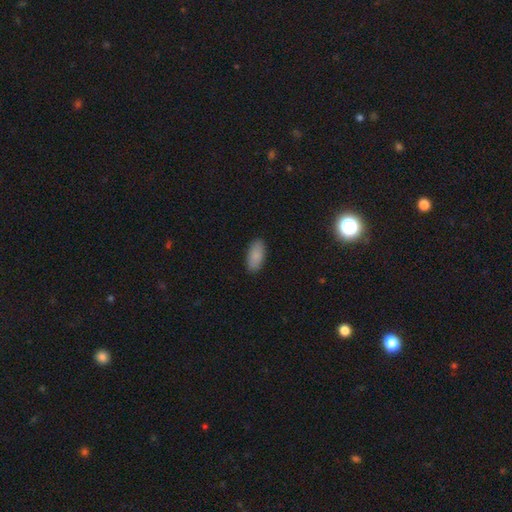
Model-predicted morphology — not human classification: Q: Smooth or featured?
A: smooth (88%); runner-up: star or artifact (6%)
Q: How rounded?
A: in between (92%); runner-up: cigar-shaped (5%)
Q: Merging?
A: none (89%); runner-up: minor disturbance (9%)